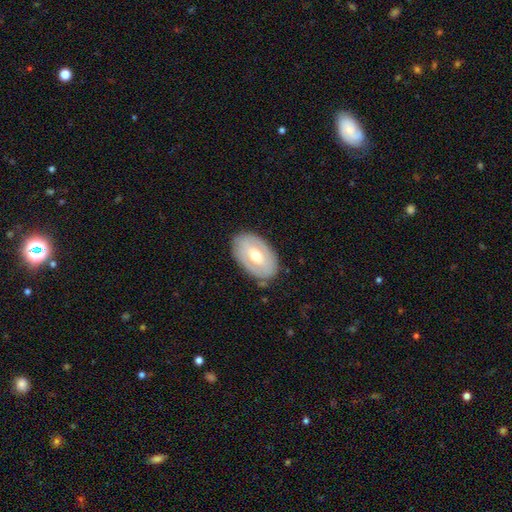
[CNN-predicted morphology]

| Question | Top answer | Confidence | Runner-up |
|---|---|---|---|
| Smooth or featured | featured or disk | 54% | smooth (40%) |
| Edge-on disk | no | 90% | yes (10%) |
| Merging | none | 82% | minor disturbance (13%) |